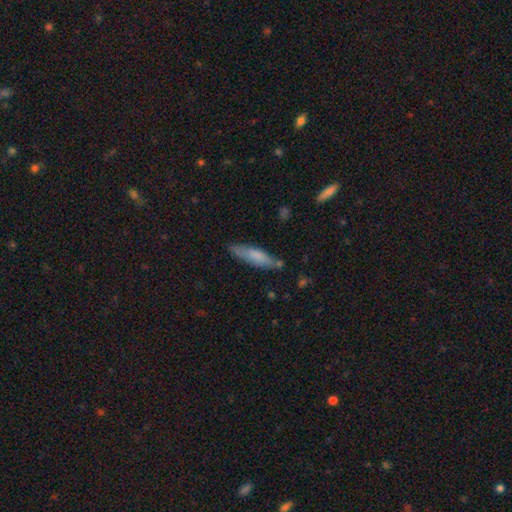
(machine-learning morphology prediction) smooth-or-featured: smooth: 74% | featured or disk: 20% | star or artifact: 6%
  how-rounded: cigar-shaped: 66% | in between: 33% | round: 1%
  merging: none: 72% | minor disturbance: 20% | major disturbance: 4% | merger: 4%